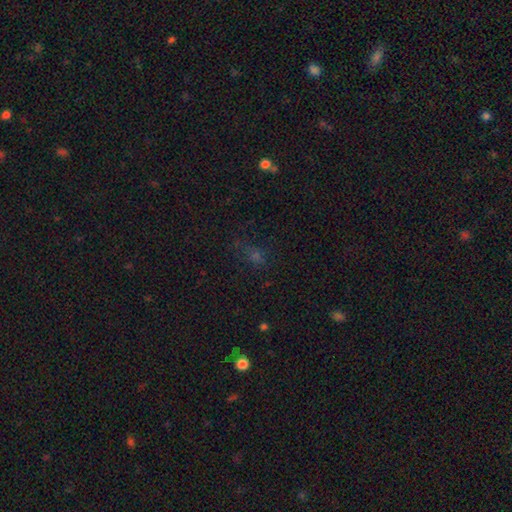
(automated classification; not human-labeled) The model was most divided on "smooth or featured" (2-way tie): star or artifact: 44%, smooth: 44%, featured or disk: 12%.